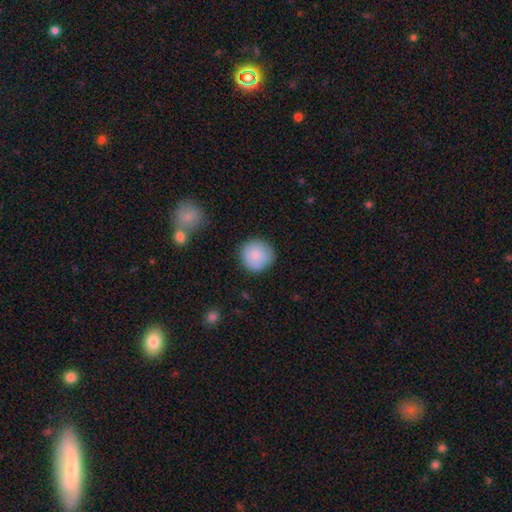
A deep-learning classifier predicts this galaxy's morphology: smooth 85%, featured or disk 8%, star or artifact 7%. Down the decision tree: how rounded — round (94%); merging — none (83%).